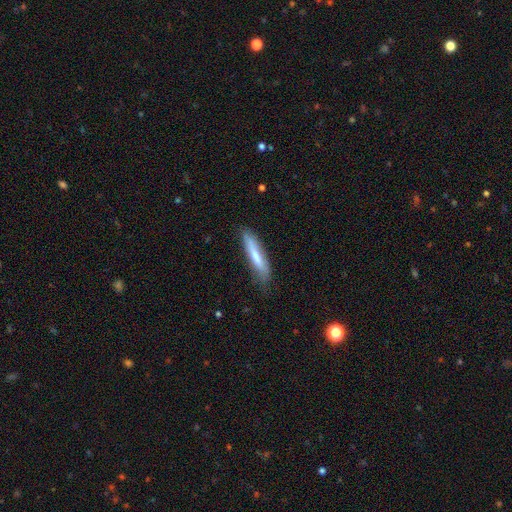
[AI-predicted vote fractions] Overall: smooth (65%; featured or disk 29%). How rounded: cigar-shaped (84%). Merging: none (73%).